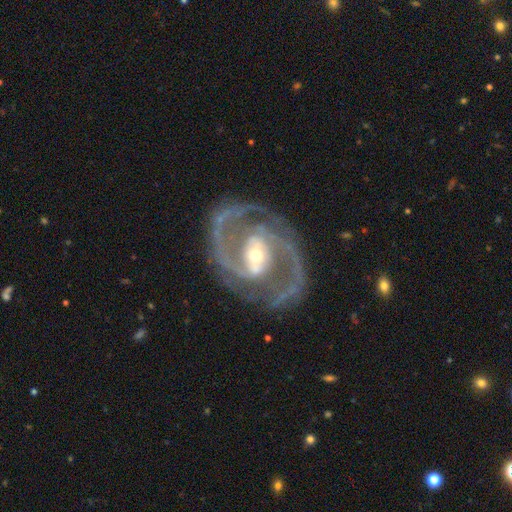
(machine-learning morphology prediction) This is clearly a featured or disk galaxy (92%). It is clearly not viewed edge-on (97%). Bar: marginally weak (37%). Spiral arm pattern: clearly yes (97%). Spiral arm count: clearly 2 (87%). Spiral winding: possibly medium (59%). Central bulge: possibly moderate (53%). Merging: likely none (75%).